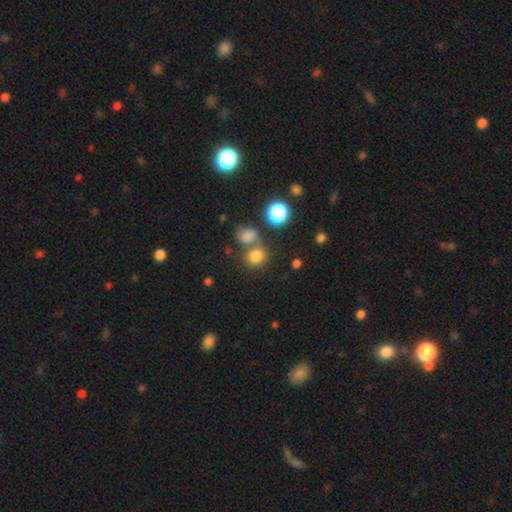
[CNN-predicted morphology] This appears to be a smooth galaxy with no disk features (77%) that is round (82%). Merging: none (54%).